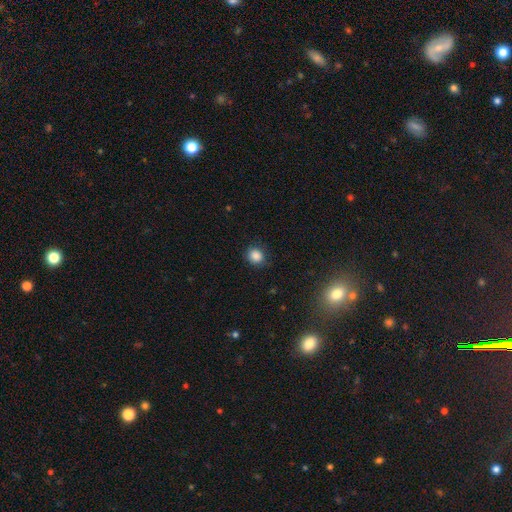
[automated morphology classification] A smooth galaxy with no disk features (86%) that is round (80%).

Vote fractions:
- Smooth or featured? smooth: 86% / star or artifact: 10% / featured or disk: 4%
- How rounded? round: 80% / in between: 19% / cigar-shaped: 1%
- Merging? none: 85% / minor disturbance: 11% / major disturbance: 3% / merger: 1%